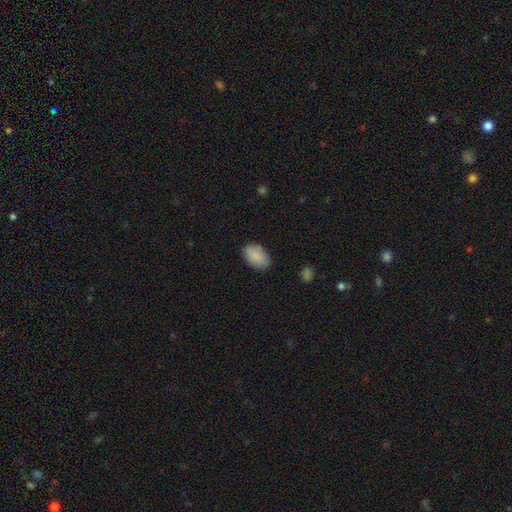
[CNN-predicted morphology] type=smooth (89%); roundness=in between (92%); merging=none (83%).